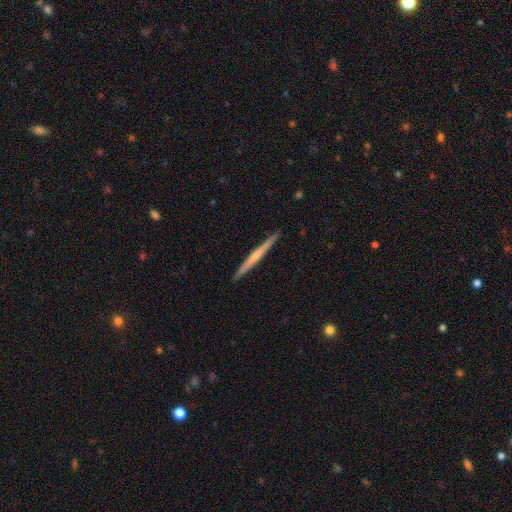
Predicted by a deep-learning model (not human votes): A featured or disk galaxy (60%) viewed edge-on (98%) with no central bulge (52%).

Vote fractions:
- Smooth or featured? featured or disk: 60% / smooth: 35% / star or artifact: 5%
- Edge-on disk? yes: 98% / no: 2%
- Edge-on bulge? none: 52% / rounded: 42% / boxy: 6%
- Merging? none: 92% / minor disturbance: 6% / major disturbance: 1% / merger: 1%